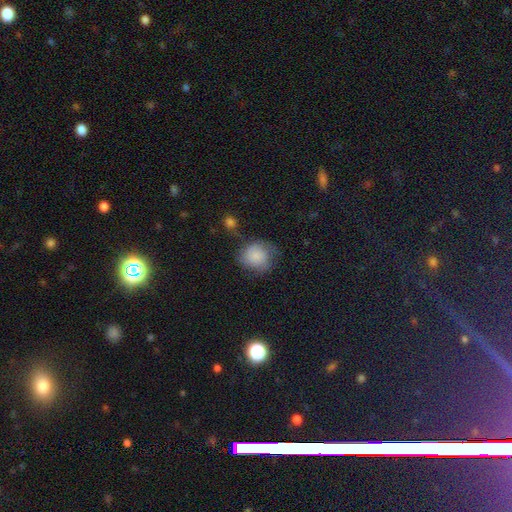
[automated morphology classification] type=smooth (74%); roundness=round (80%); merging=none (51%).